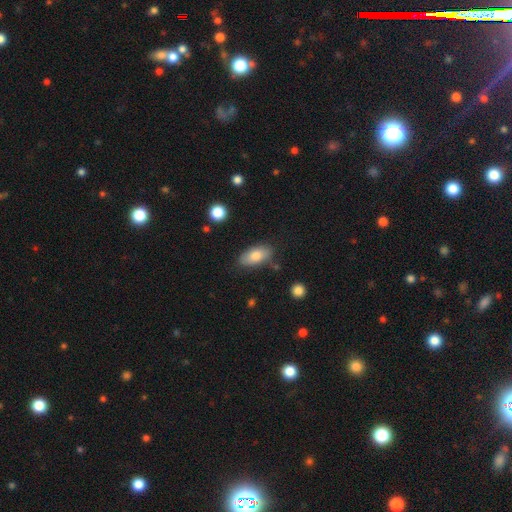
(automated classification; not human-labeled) smooth-or-featured: smooth: 77% | featured or disk: 16% | star or artifact: 7%
  how-rounded: in between: 91% | cigar-shaped: 5% | round: 4%
  merging: none: 77% | minor disturbance: 16% | merger: 4% | major disturbance: 4%